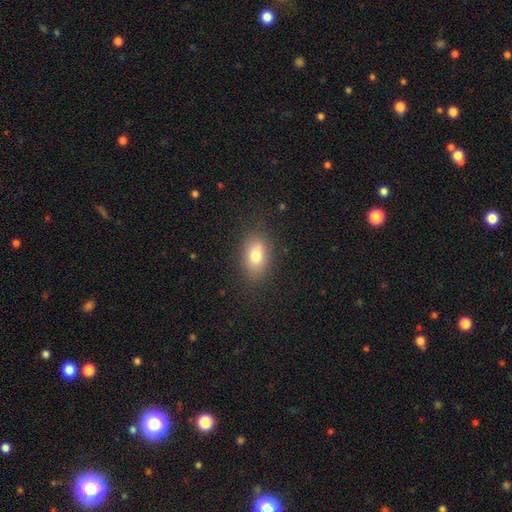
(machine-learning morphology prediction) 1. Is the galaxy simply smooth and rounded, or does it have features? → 77% smooth, 13% featured or disk, 10% star or artifact.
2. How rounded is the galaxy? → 81% in between, 17% round, 2% cigar-shaped.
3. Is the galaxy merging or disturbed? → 80% none, 13% minor disturbance, 4% major disturbance, 2% merger.